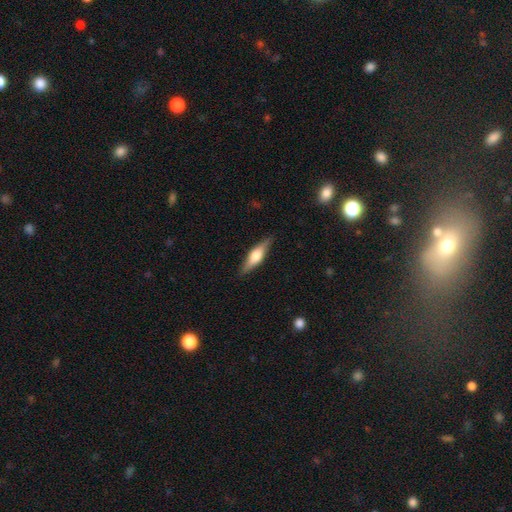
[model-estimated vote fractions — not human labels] featured or disk 51%, smooth 43%, star or artifact 6%. Down the decision tree: edge-on disk — yes (94%); merging — none (87%).